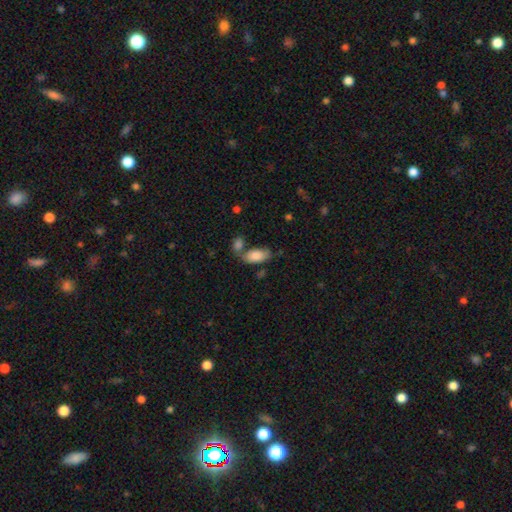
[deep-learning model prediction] A smooth galaxy with no disk features (85%) that is in between round and cigar-shaped (91%). Merging: none (53%).